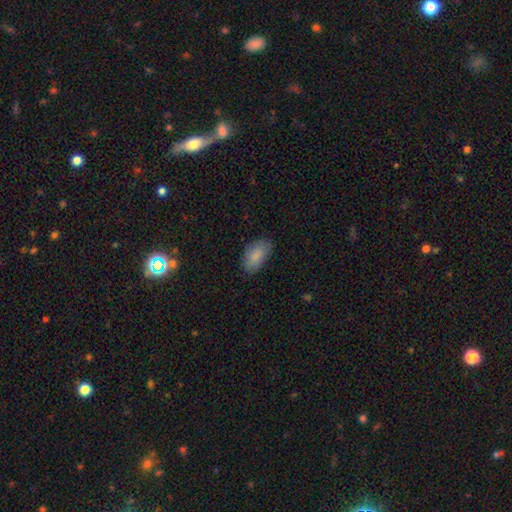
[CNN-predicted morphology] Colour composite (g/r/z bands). It shows a smooth galaxy with no disk features (87%) that is in between round and cigar-shaped (94%). Merging: none (81%).